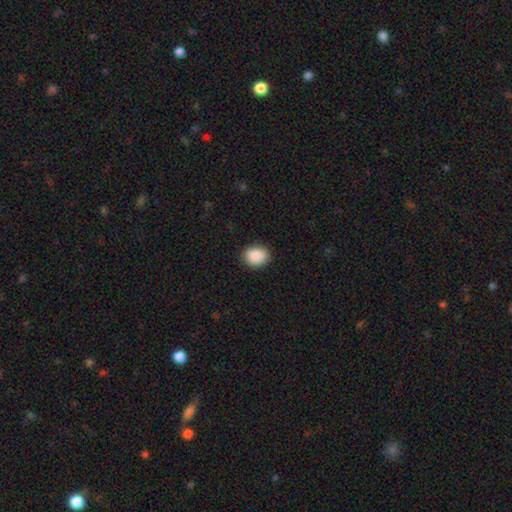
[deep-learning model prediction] Smooth or featured? smooth (90%)
How rounded? round (51%)
Merging? none (88%)